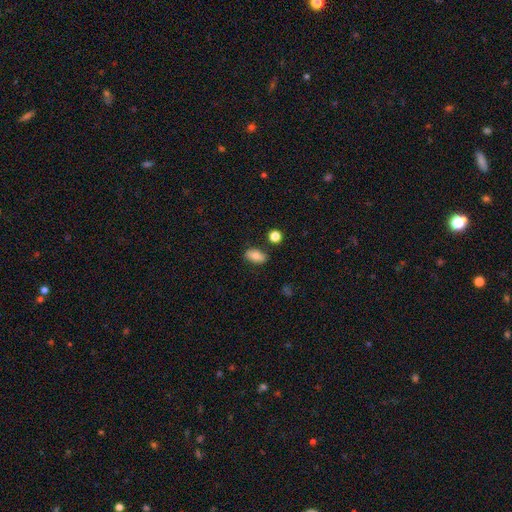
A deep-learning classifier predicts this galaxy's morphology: Smooth or featured?
  - smooth: 77% *
  - featured or disk: 14%
  - star or artifact: 9%
How rounded?
  - in between: 89% *
  - round: 8%
  - cigar-shaped: 3%
Merging?
  - none: 81% *
  - minor disturbance: 13%
  - merger: 3%
  - major disturbance: 3%